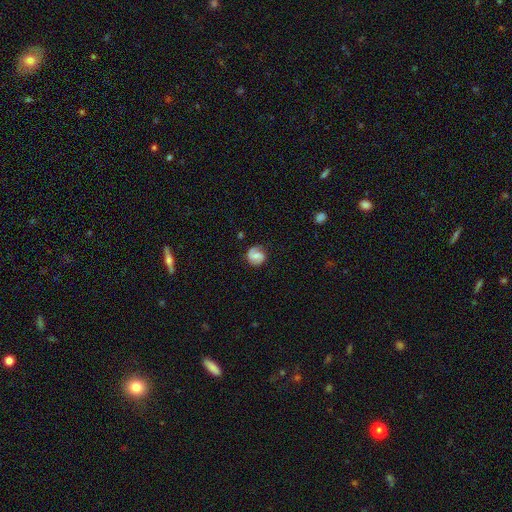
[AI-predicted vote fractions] Smooth or featured? featured or disk (66%)
Edge-on disk? no (98%)
Bar? weak (48%)
Spiral arms? yes (92%)
Spiral winding? medium (45%)
Spiral arm count? 2 (79%)
Bulge size? small (46%)
Merging? none (75%)